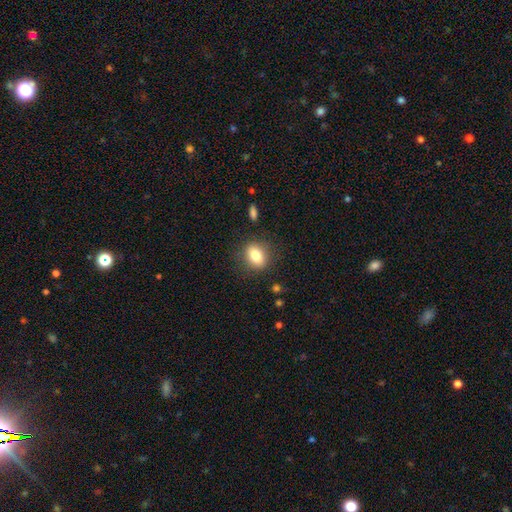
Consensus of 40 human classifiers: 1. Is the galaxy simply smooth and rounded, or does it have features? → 78% smooth, 15% featured or disk, 8% star or artifact.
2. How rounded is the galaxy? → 58% in between, 42% round, 0% cigar-shaped.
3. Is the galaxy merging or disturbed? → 97% none, 3% minor disturbance, 0% major disturbance, 0% merger.